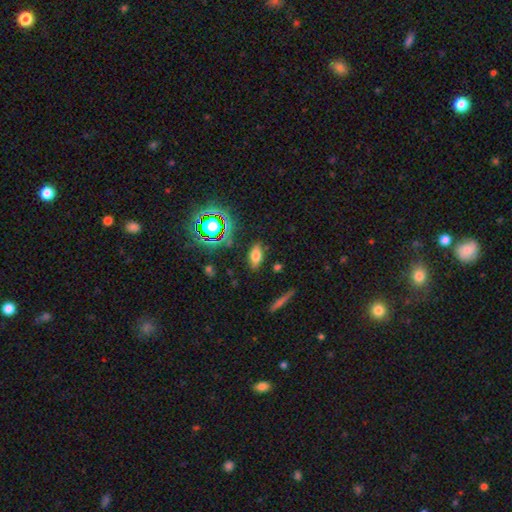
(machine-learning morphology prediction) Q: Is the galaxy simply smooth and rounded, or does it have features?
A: smooth — 69%.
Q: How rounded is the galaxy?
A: in between — 84%.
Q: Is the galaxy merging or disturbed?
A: none — 84%.